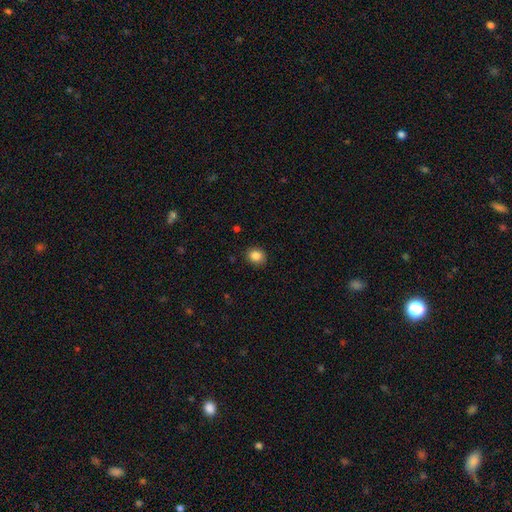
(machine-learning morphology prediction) Smooth or featured? smooth (85%)
How rounded? round (65%)
Merging? none (88%)